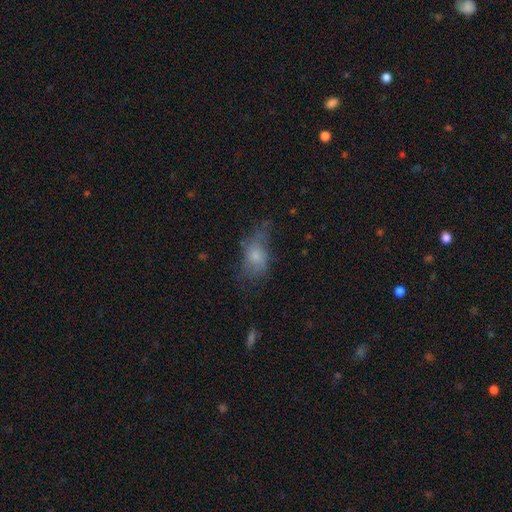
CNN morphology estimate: Smooth or featured? Predicted: smooth (p=0.63). How rounded? Predicted: in between (p=0.82). Merging? Predicted: none (p=0.38).